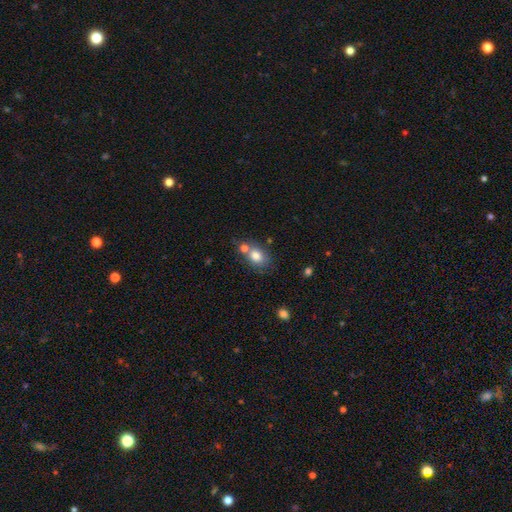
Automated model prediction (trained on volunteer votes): smooth 78%, featured or disk 12%, star or artifact 9%. Down the decision tree: how rounded — in between (61%); merging — none (48%).